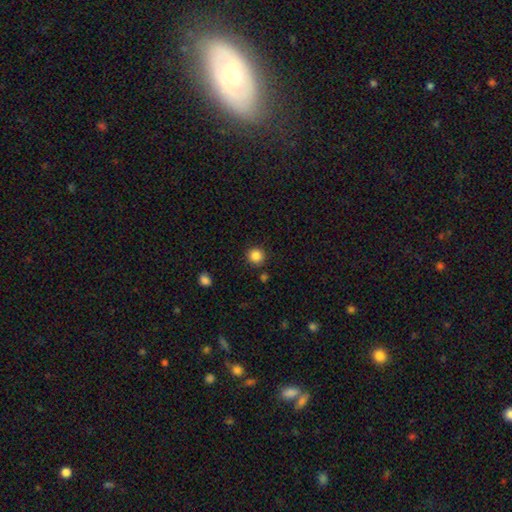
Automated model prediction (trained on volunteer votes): Smooth or featured: smooth — 86% (star or artifact — 10%)
How rounded: round — 94% (in between — 5%)
Merging: none — 88% (minor disturbance — 7%)